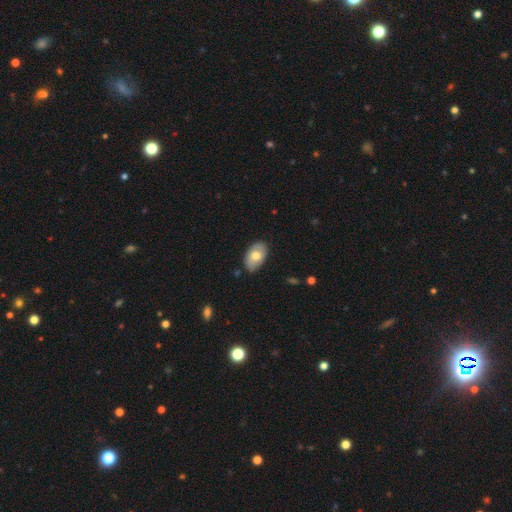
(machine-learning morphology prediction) Overall: smooth (69%). How rounded: in between (92%). Merging: none (80%).